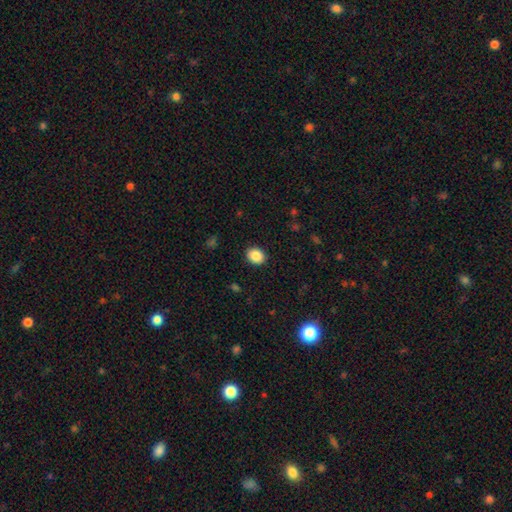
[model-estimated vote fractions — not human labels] This is clearly a smooth galaxy (87%). How rounded: possibly round (55%). Merging: clearly none (90%).